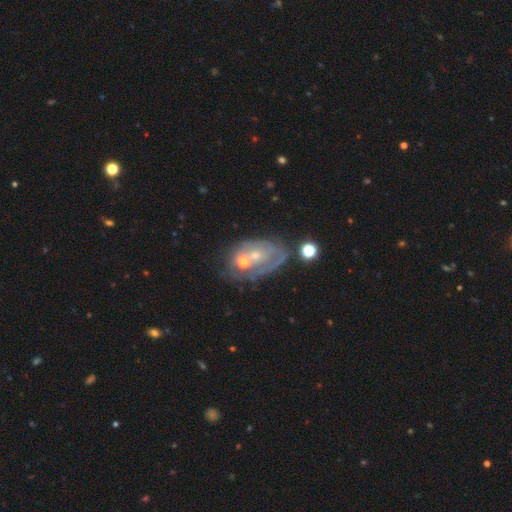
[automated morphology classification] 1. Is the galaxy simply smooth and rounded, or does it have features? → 68% featured or disk, 20% smooth, 12% star or artifact.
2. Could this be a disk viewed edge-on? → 96% no, 4% yes.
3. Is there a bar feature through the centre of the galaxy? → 81% no, 15% weak, 4% strong.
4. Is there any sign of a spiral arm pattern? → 61% yes, 39% no.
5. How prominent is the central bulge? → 58% small, 31% moderate, 6% none, 3% large, 2% dominant.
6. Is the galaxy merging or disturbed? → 47% none, 21% minor disturbance, 17% major disturbance, 15% merger.